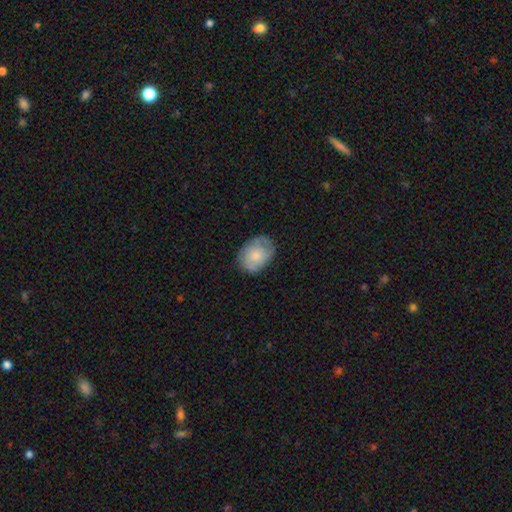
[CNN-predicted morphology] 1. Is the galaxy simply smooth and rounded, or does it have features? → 72% smooth, 22% featured or disk, 7% star or artifact.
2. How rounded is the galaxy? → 72% in between, 27% round, 1% cigar-shaped.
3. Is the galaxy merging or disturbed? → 71% none, 23% minor disturbance, 6% major disturbance, 1% merger.